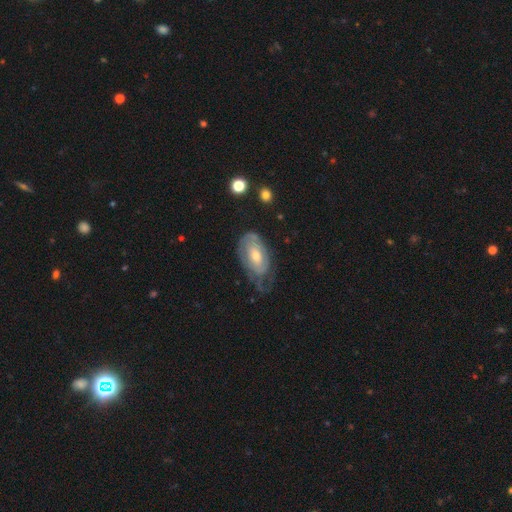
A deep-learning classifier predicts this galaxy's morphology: The model was most divided on "merging": none: 46%, minor disturbance: 30%, major disturbance: 22%, merger: 2%. More confident: edge-on disk — no (93%); spiral arms — yes (76%); smooth or featured — featured or disk (68%); bar — no (66%); bulge size — moderate (57%).